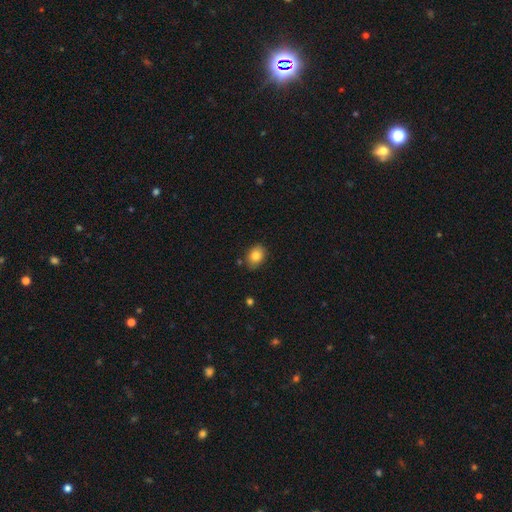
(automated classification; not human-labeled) Smooth or featured: smooth — 84% (star or artifact — 9%)
How rounded: in between — 66% (round — 33%)
Merging: none — 83% (minor disturbance — 13%)